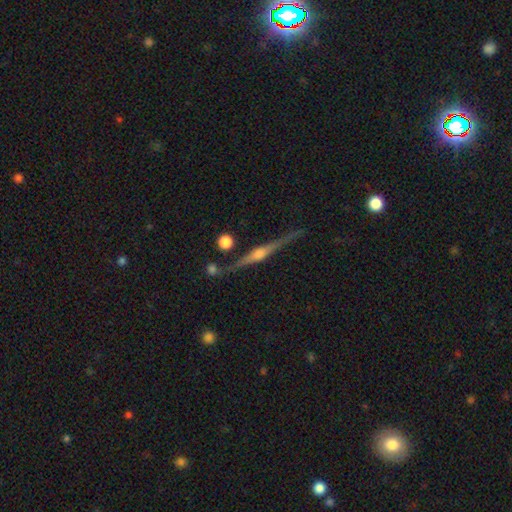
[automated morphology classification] A featured or disk galaxy (88%) viewed edge-on (98%) with a rounded central bulge (91%). Merging: none (86%).